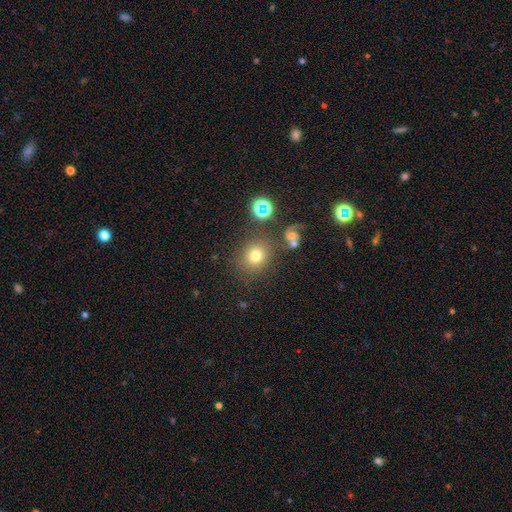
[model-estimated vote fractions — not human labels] Smooth or featured?
  - smooth: 71% *
  - star or artifact: 17%
  - featured or disk: 12%
How rounded?
  - round: 78% *
  - in between: 22%
  - cigar-shaped: 1%
Merging?
  - none: 76% *
  - minor disturbance: 11%
  - merger: 8%
  - major disturbance: 6%